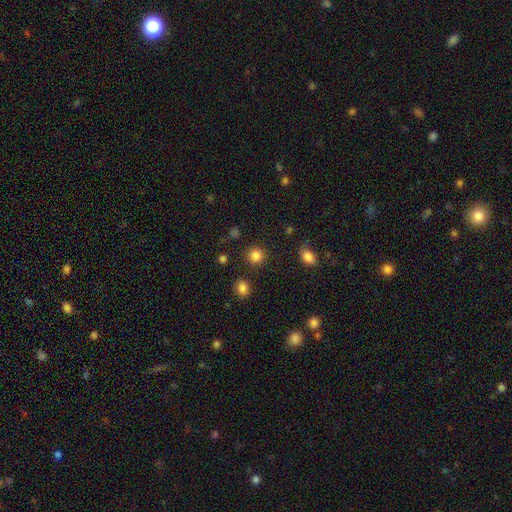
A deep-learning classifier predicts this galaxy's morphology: The model was most divided on "smooth or featured": smooth: 85%, star or artifact: 11%, featured or disk: 4%. More confident: how rounded — round (91%); merging — none (88%).